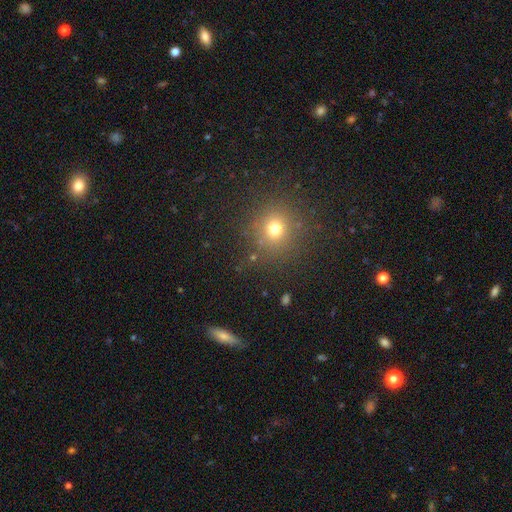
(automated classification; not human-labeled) smooth_or_featured: smooth (p=0.66) [alt: star or artifact p=0.25]
how_rounded: round (p=0.90) [alt: in between p=0.09]
merging: none (p=0.87) [alt: minor disturbance p=0.08]